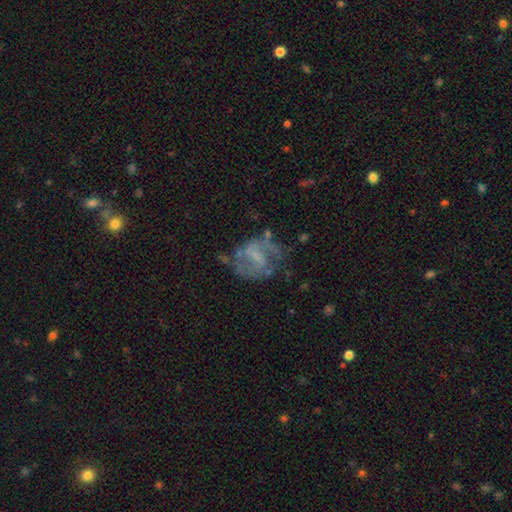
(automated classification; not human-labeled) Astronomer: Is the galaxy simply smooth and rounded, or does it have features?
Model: featured or disk — 75%.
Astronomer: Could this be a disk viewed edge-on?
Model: no — 98%.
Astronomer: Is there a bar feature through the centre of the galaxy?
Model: weak — 49% (runner-up: strong, 29%).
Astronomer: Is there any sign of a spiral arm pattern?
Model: yes — 81%.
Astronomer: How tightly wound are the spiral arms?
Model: medium — 49% (runner-up: loose, 32%).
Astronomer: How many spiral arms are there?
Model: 2 — 79%.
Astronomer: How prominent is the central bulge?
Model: none — 43% (runner-up: small, 35%).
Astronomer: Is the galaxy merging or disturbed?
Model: none — 55%.